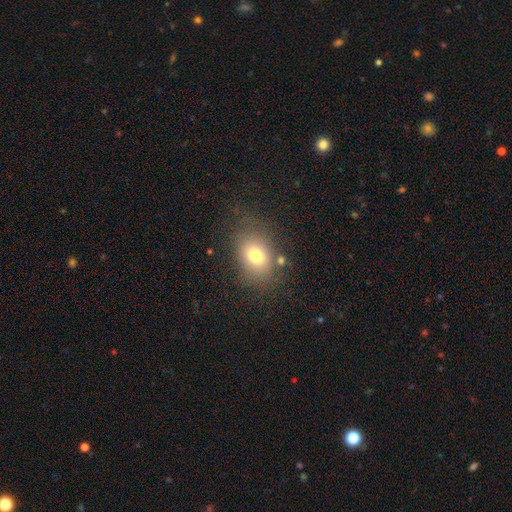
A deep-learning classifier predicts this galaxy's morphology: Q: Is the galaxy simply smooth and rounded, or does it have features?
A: smooth — 75%.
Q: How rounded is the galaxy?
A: in between — 64%.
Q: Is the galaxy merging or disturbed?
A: none — 72%.